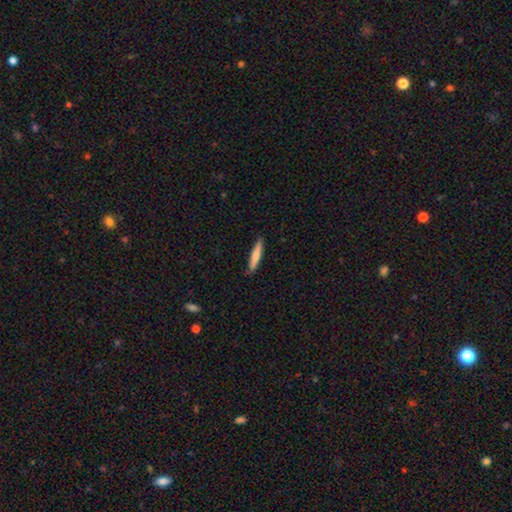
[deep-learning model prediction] Q: Smooth or featured?
A: smooth (74%); runner-up: featured or disk (21%)
Q: How rounded?
A: cigar-shaped (91%); runner-up: in between (7%)
Q: Merging?
A: none (85%); runner-up: minor disturbance (12%)